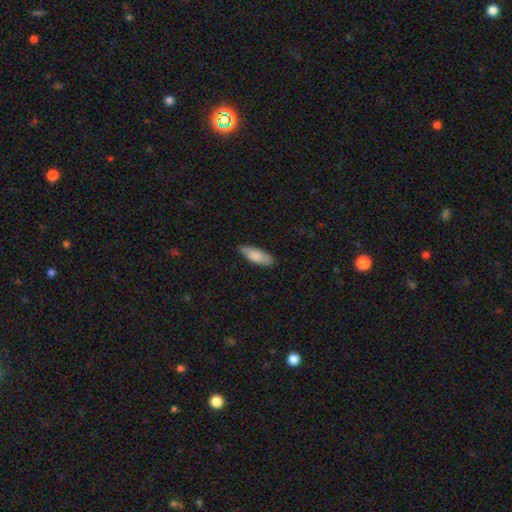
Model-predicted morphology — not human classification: smooth 85%, featured or disk 10%, star or artifact 5%. Down the decision tree: how rounded — in between (67%); merging — none (80%).